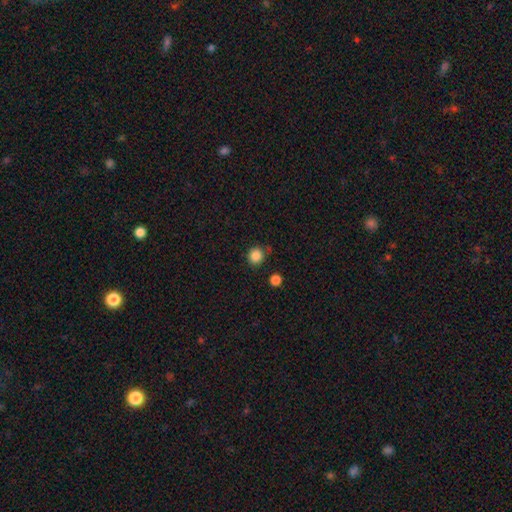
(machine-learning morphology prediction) This appears to be a smooth galaxy with no disk features (86%) that is round (90%). Merging: none (80%).